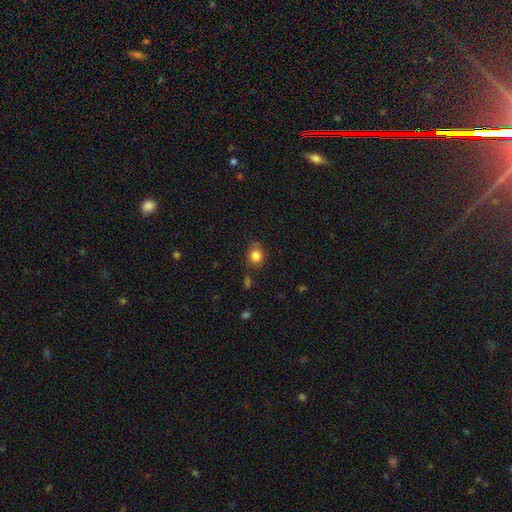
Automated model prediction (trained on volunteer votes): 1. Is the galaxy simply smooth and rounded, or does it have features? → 83% smooth, 11% star or artifact, 7% featured or disk.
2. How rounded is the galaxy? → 68% round, 31% in between, 1% cigar-shaped.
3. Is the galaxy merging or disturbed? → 71% none, 20% minor disturbance, 5% major disturbance, 4% merger.